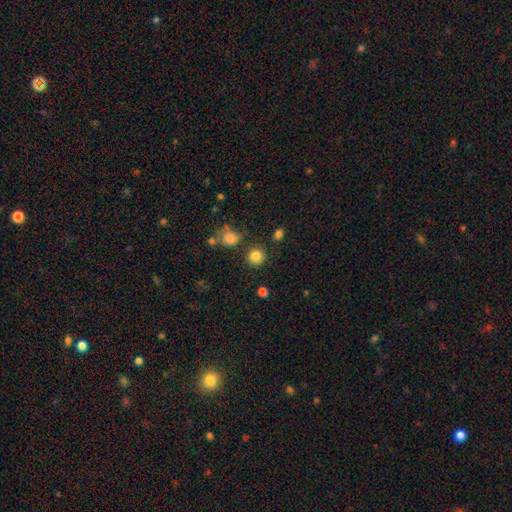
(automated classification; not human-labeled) A smooth galaxy with no disk features (83%) that is round (91%). Merging: none (84%).